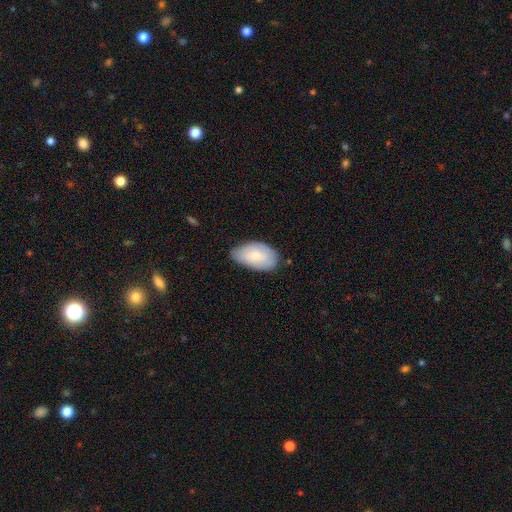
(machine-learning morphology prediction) Smooth or featured? smooth (72%)
How rounded? in between (94%)
Merging? none (67%)